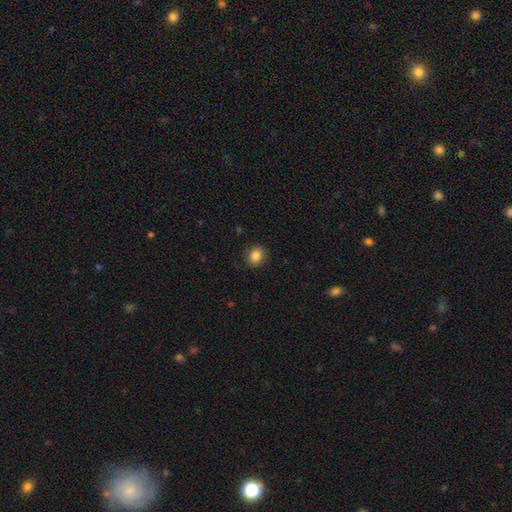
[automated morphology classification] smooth_or_featured: smooth (p=0.86) [alt: star or artifact p=0.10]
how_rounded: round (p=0.70) [alt: in between p=0.30]
merging: none (p=0.88) [alt: minor disturbance p=0.08]